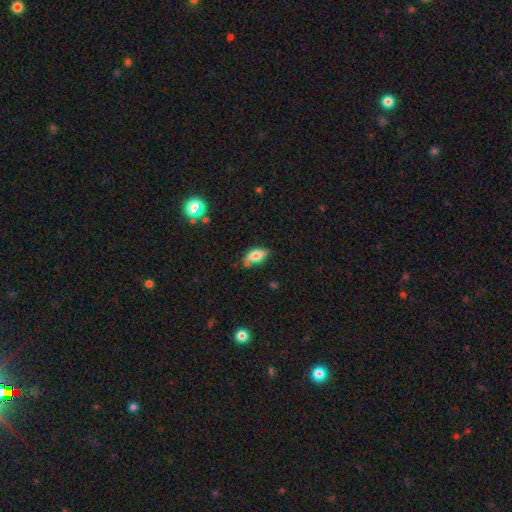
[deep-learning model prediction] Smooth or featured? smooth (70%)
How rounded? in between (84%)
Merging? none (72%)